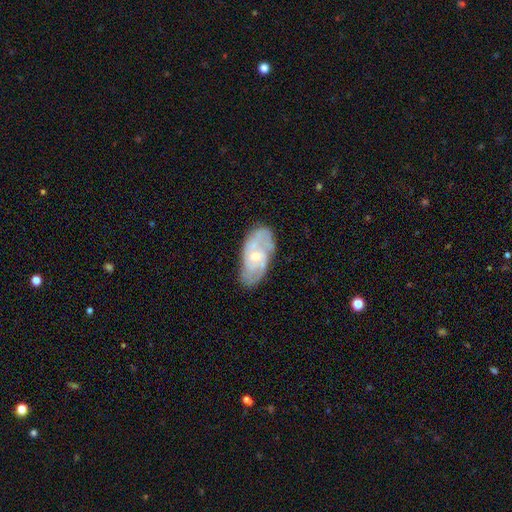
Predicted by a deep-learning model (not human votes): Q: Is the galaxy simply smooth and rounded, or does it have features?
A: featured or disk — 79%.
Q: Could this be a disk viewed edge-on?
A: no — 95%.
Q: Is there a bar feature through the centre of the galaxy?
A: no — 60%.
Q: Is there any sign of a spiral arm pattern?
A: yes — 94%.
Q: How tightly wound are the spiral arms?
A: medium — 46%.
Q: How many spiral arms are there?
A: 2 — 41%.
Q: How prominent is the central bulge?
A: small — 63%.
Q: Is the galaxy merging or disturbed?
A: none — 73%.